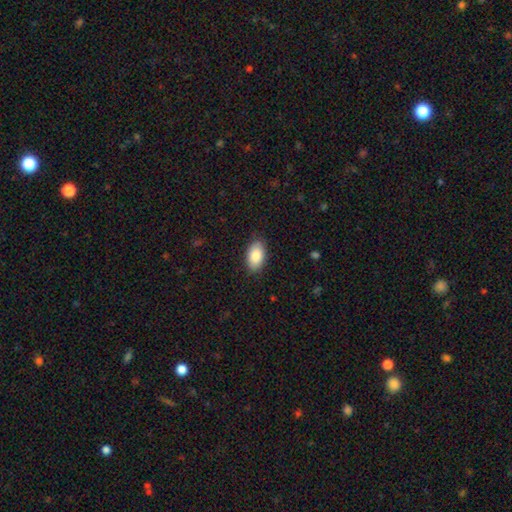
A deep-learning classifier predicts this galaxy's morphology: A smooth galaxy with no disk features (88%) that is in between round and cigar-shaped (95%). Merging: none (86%).